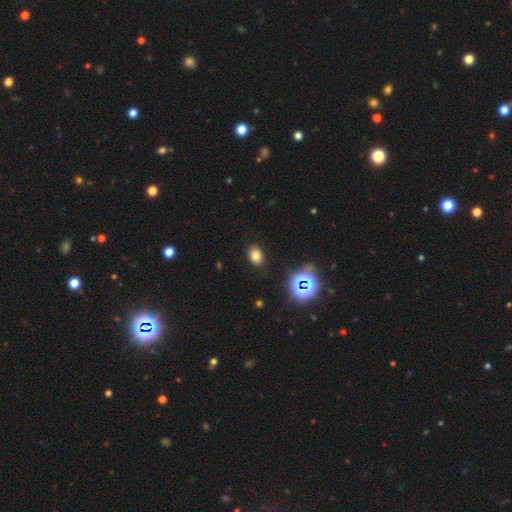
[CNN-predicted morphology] type=smooth (75%); roundness=in between (74%); merging=none (86%).